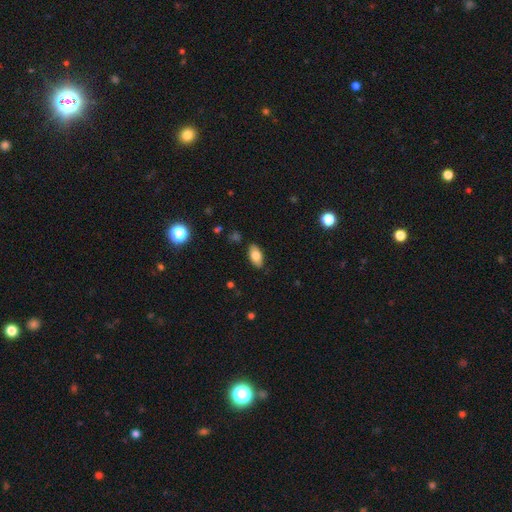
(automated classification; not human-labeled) This appears to be a smooth galaxy with no disk features (77%) that is in between round and cigar-shaped (92%). Merging: none (87%).